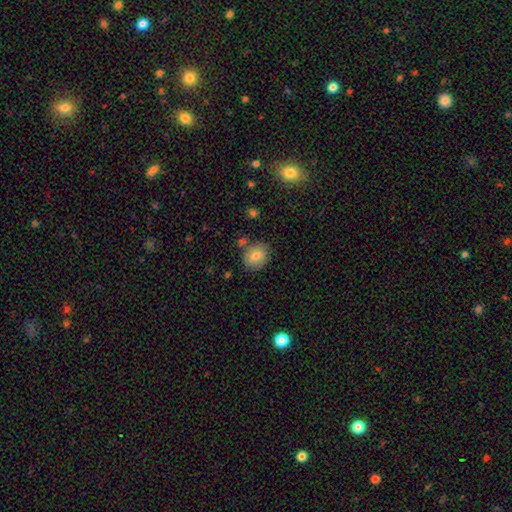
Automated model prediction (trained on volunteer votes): The model was most divided on "how rounded": round: 60%, in between: 39%, cigar-shaped: 1%. More confident: smooth or featured — smooth (81%); merging — none (74%).